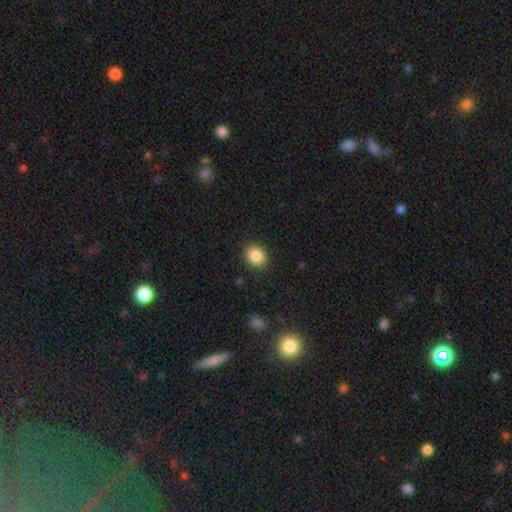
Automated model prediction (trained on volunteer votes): This appears to be a smooth galaxy with no disk features (86%) that is round (61%). Merging: none (88%).